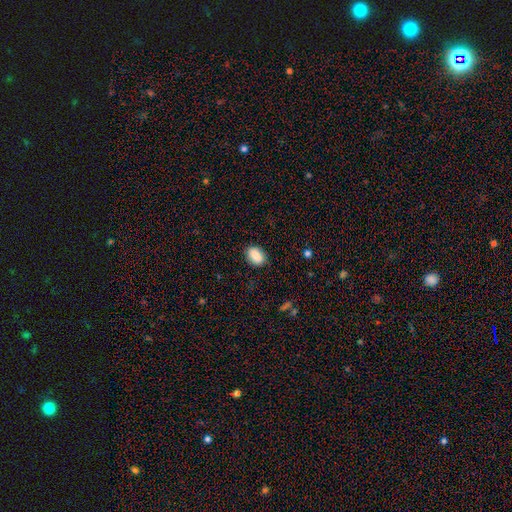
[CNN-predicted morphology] Smooth or featured? Predicted: smooth (p=0.88). How rounded? Predicted: in between (p=0.84). Merging? Predicted: none (p=0.85).